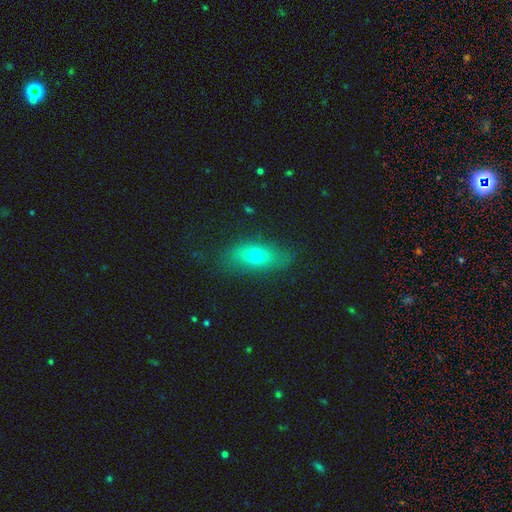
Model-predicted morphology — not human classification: A smooth galaxy with no disk features (67%) that is in between round and cigar-shaped (72%).

Vote fractions:
- Smooth or featured? smooth: 67% / featured or disk: 22% / star or artifact: 11%
- How rounded? in between: 72% / cigar-shaped: 19% / round: 9%
- Merging? none: 76% / minor disturbance: 16% / major disturbance: 7% / merger: 2%